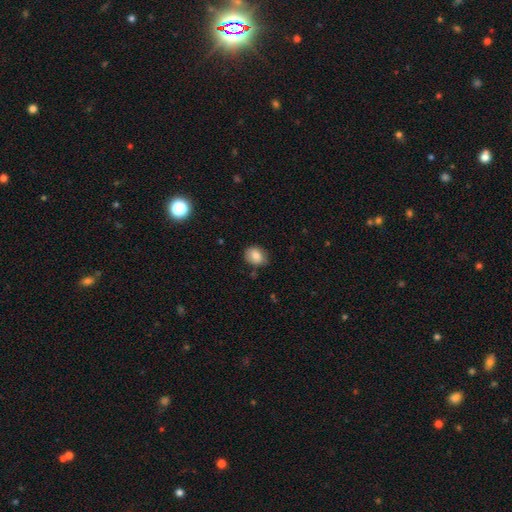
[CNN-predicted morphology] Smooth or featured: smooth — 82% (featured or disk — 9%)
How rounded: round — 52% (in between — 47%)
Merging: none — 74% (minor disturbance — 21%)